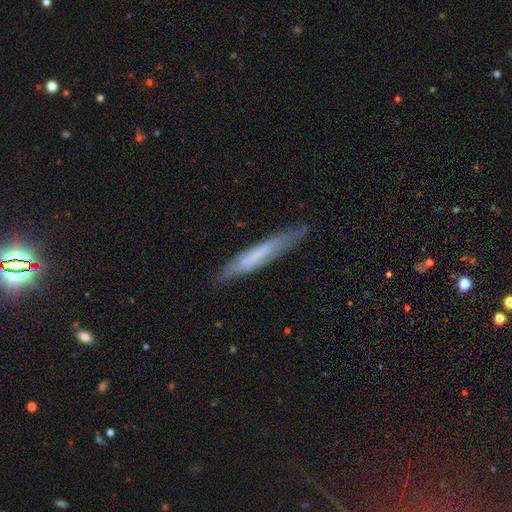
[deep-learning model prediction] A smooth galaxy with no disk features (46%, tied with featured or disk). Merging: none (82%).